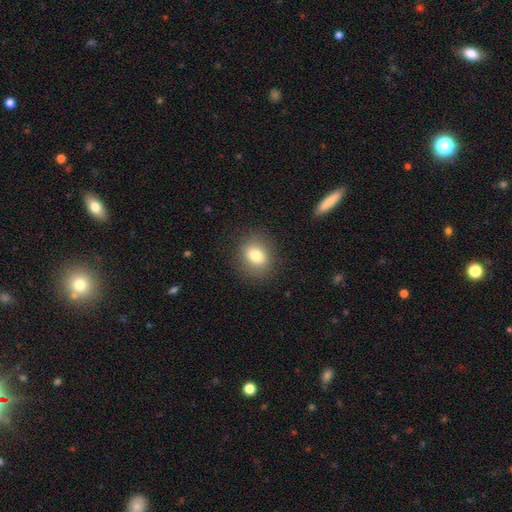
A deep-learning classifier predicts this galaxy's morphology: smooth_or_featured: smooth (p=0.78) [alt: featured or disk p=0.12]
how_rounded: round (p=0.53) [alt: in between p=0.45]
merging: none (p=0.86) [alt: minor disturbance p=0.09]